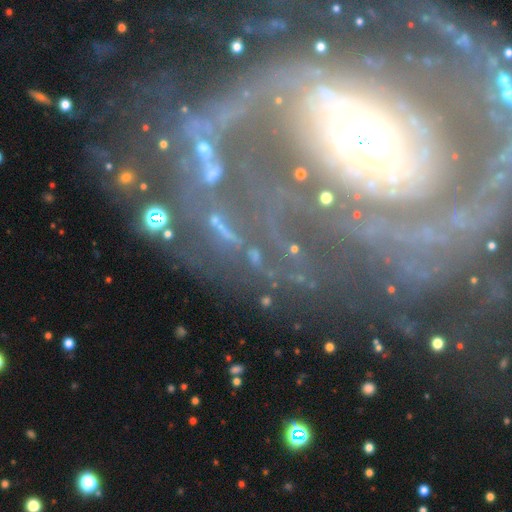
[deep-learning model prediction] smooth-or-featured: star or artifact: 46% | featured or disk: 34% | smooth: 19%